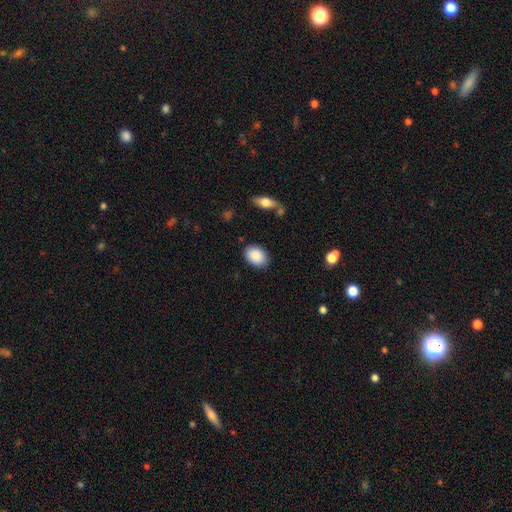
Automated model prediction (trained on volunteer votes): smooth-or-featured: smooth: 88% | star or artifact: 7% | featured or disk: 5%
  how-rounded: in between: 80% | round: 19% | cigar-shaped: 1%
  merging: none: 85% | minor disturbance: 11% | major disturbance: 3% | merger: 2%